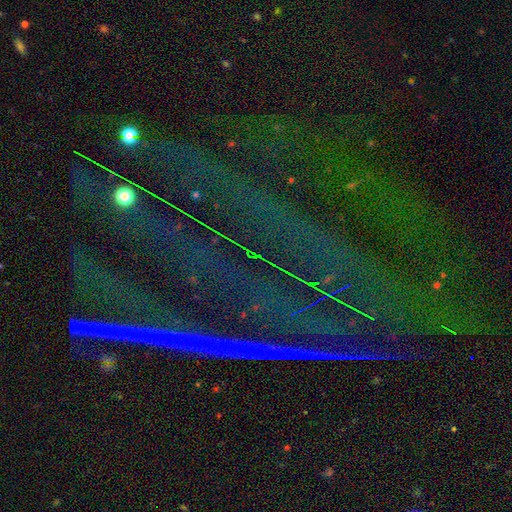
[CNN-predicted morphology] smooth-or-featured: star or artifact: 85% | featured or disk: 8% | smooth: 7%